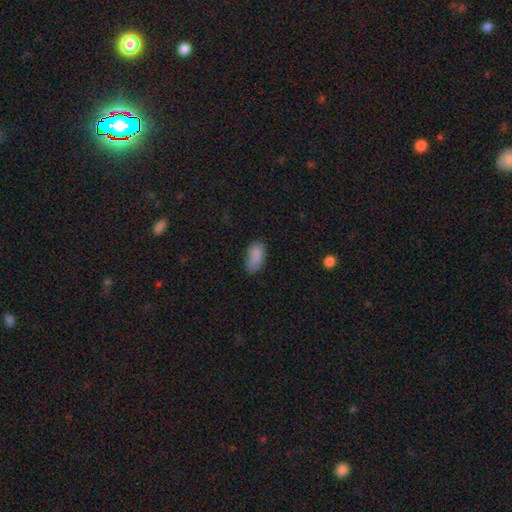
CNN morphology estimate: The model was most divided on "merging": none: 69%, minor disturbance: 24%, major disturbance: 5%, merger: 2%. More confident: how rounded — in between (93%); smooth or featured — smooth (87%).